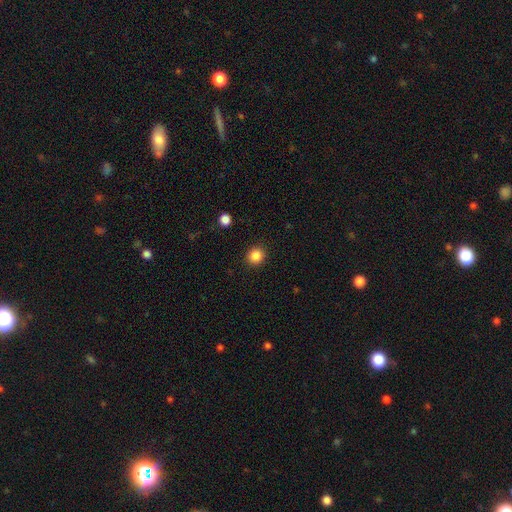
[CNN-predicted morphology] Q: Smooth or featured?
A: smooth (85%); runner-up: star or artifact (11%)
Q: How rounded?
A: round (89%); runner-up: in between (10%)
Q: Merging?
A: none (92%); runner-up: minor disturbance (5%)